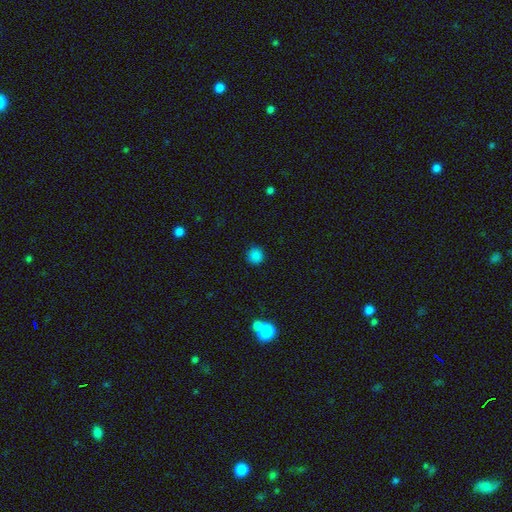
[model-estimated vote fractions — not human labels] Smooth or featured? Predicted: smooth (p=0.84). How rounded? Predicted: round (p=0.90). Merging? Predicted: none (p=0.90).